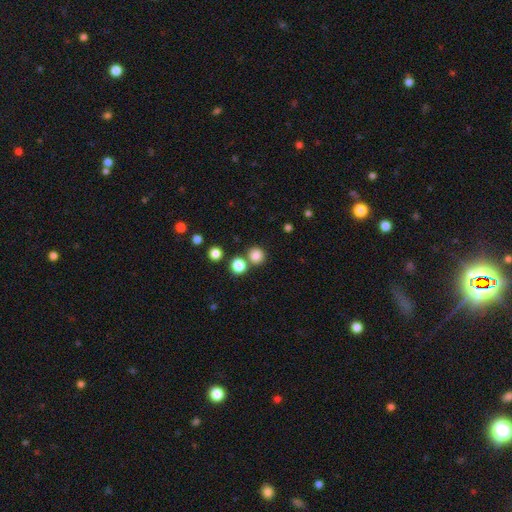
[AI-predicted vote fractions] Overall: smooth (83%). How rounded: round (91%). Merging: none (74%).